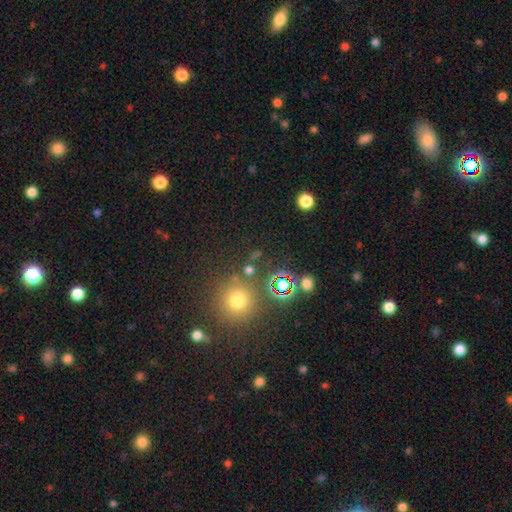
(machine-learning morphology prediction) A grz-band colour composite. It shows a star or artifact, not a galaxy (56%).